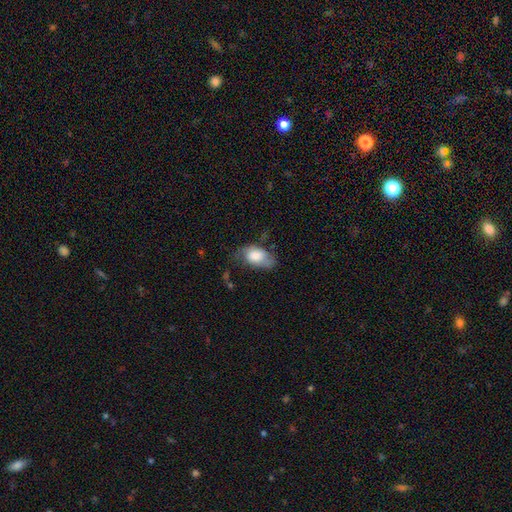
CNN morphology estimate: This is likely a smooth galaxy (71%). How rounded: clearly in between (91%). Merging: marginally none (43%).